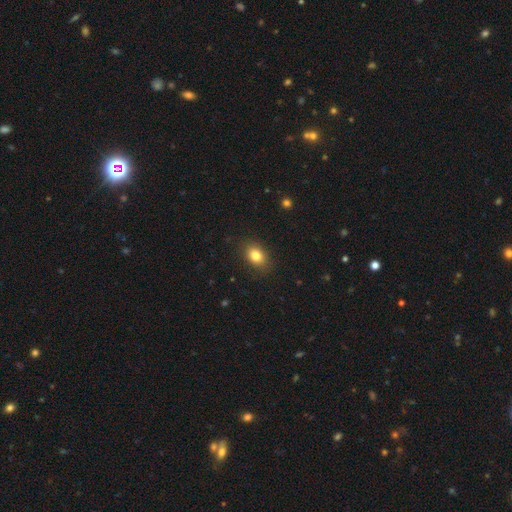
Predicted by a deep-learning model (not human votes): Smooth or featured?
  - smooth: 82% *
  - star or artifact: 10%
  - featured or disk: 8%
How rounded?
  - in between: 74% *
  - round: 25%
  - cigar-shaped: 1%
Merging?
  - none: 87% *
  - minor disturbance: 10%
  - major disturbance: 3%
  - merger: 1%